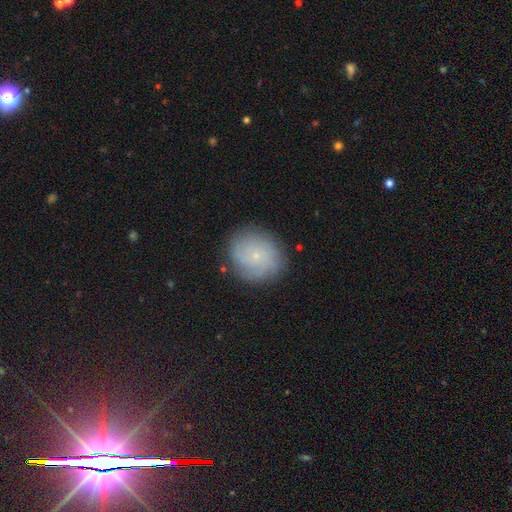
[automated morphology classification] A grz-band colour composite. It shows a featured or disk galaxy (48%). Merging: none (82%).